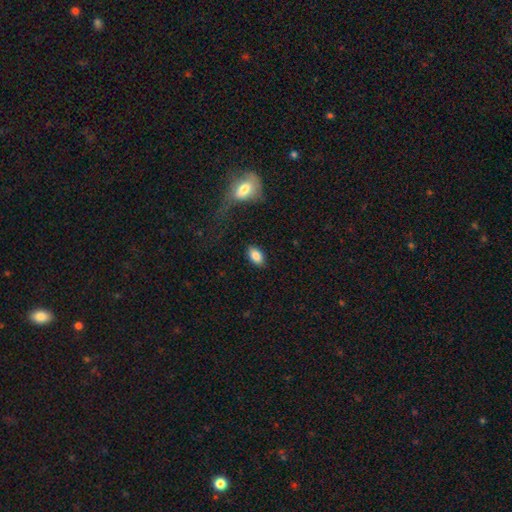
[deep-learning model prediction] Morphology: type=smooth (85%); roundness=in between (92%); merging=none (86%).